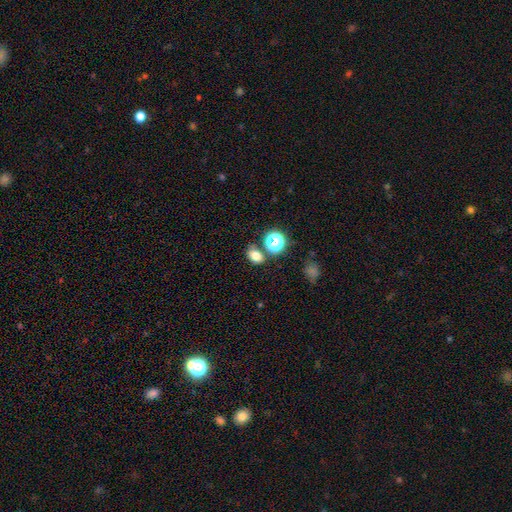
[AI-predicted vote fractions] smooth-or-featured: smooth: 74% | star or artifact: 18% | featured or disk: 8%
  how-rounded: in between: 63% | round: 36% | cigar-shaped: 1%
  merging: none: 68% | merger: 15% | minor disturbance: 12% | major disturbance: 4%